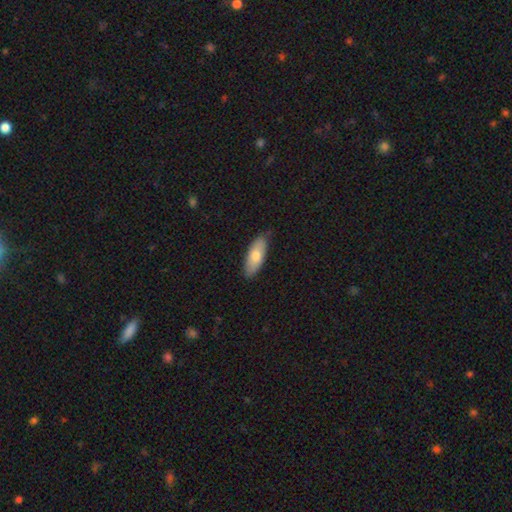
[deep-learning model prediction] smooth_or_featured: smooth (p=0.73) [alt: featured or disk p=0.22]
how_rounded: in between (p=0.76) [alt: cigar-shaped p=0.21]
merging: none (p=0.83) [alt: minor disturbance p=0.14]